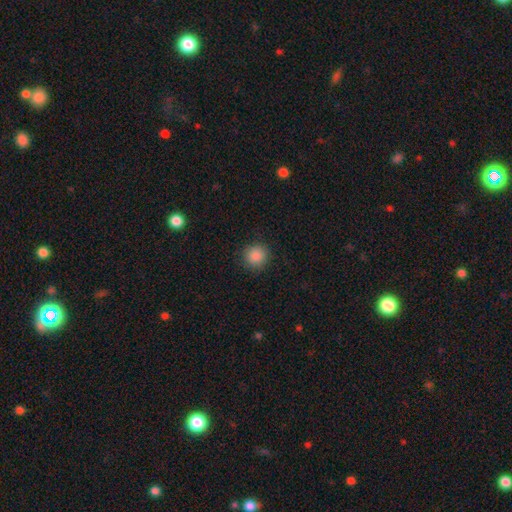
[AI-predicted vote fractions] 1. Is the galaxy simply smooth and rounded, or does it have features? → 88% smooth, 9% star or artifact, 3% featured or disk.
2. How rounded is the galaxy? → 92% round, 7% in between, 1% cigar-shaped.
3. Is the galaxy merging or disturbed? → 89% none, 7% minor disturbance, 2% major disturbance, 1% merger.